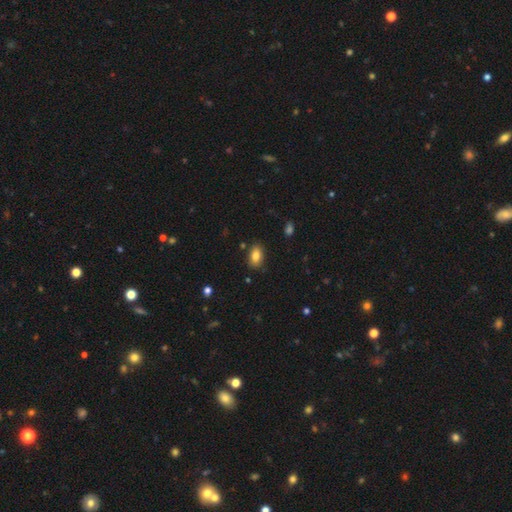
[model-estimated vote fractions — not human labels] This appears to be a smooth galaxy with no disk features (83%) that is in between round and cigar-shaped (89%). Merging: none (84%).